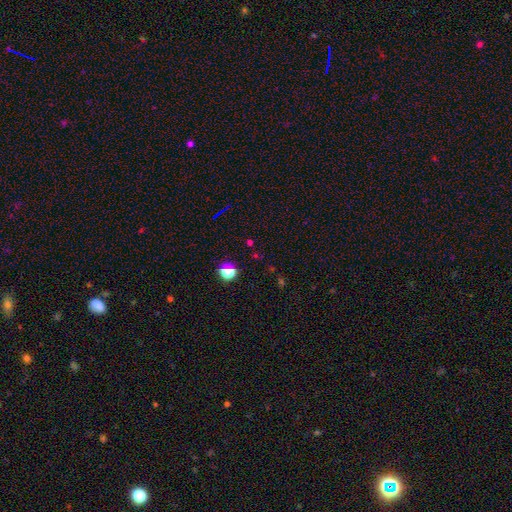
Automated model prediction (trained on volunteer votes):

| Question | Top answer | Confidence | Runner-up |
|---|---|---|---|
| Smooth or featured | star or artifact | 61% | smooth (32%) |